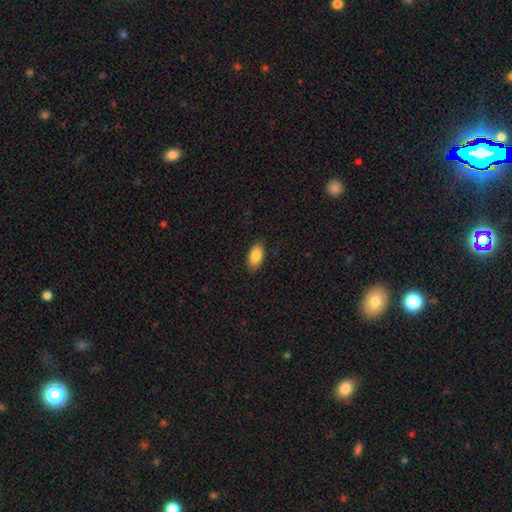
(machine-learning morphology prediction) smooth_or_featured: smooth (p=0.87) [alt: featured or disk p=0.07]
how_rounded: in between (p=0.93) [alt: cigar-shaped p=0.04]
merging: none (p=0.88) [alt: minor disturbance p=0.09]